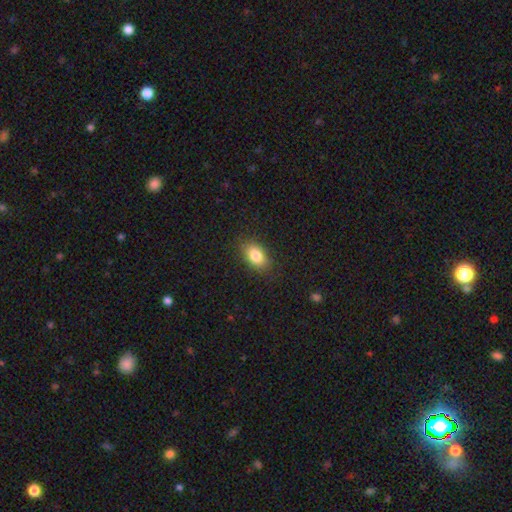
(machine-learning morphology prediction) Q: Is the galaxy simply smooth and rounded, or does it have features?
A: smooth — 83%.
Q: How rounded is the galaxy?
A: in between — 88%.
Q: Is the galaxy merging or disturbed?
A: none — 86%.